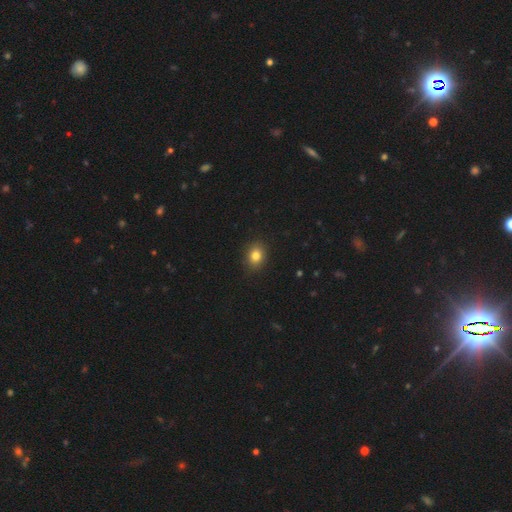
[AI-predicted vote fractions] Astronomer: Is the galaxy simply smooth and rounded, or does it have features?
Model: smooth — 83%.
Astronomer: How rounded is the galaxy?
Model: round — 50% (runner-up: in between, 49%).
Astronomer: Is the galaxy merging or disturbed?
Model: none — 89%.